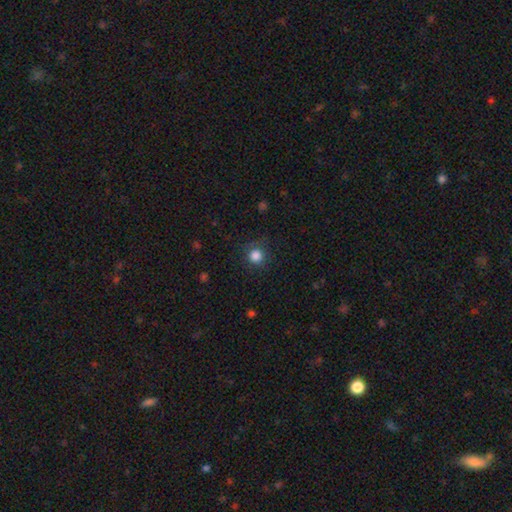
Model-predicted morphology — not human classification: A smooth galaxy with no disk features (84%) that is round (93%).

Vote fractions:
- Smooth or featured? smooth: 84% / star or artifact: 12% / featured or disk: 4%
- How rounded? round: 93% / in between: 6% / cigar-shaped: 1%
- Merging? none: 84% / minor disturbance: 11% / major disturbance: 4% / merger: 1%